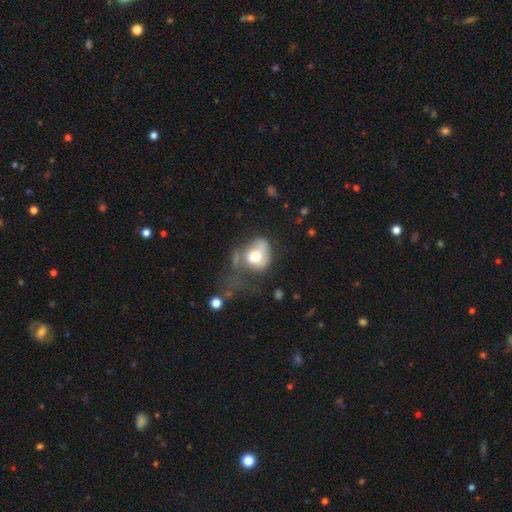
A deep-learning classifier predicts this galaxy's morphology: smooth-or-featured: smooth: 63% | featured or disk: 29% | star or artifact: 9%
  how-rounded: in between: 53% | round: 46% | cigar-shaped: 1%
  merging: major disturbance: 46% | minor disturbance: 23% | none: 19% | merger: 11%